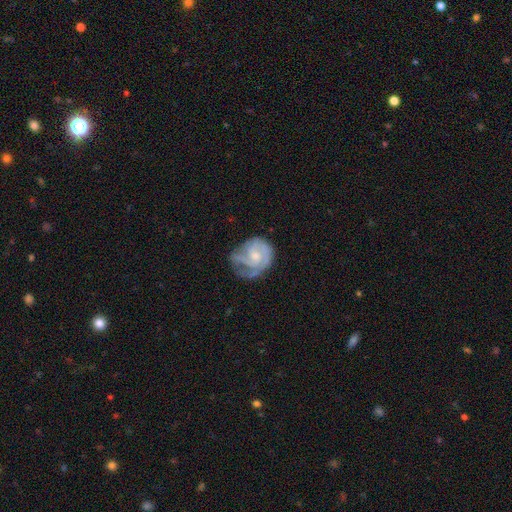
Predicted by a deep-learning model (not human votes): A featured or disk galaxy (76%) with no bar (66%), 2 (29%, tied with 3) tight (51%) spiral arms (91%) and a small central bulge (49%). Merging: none (44%).